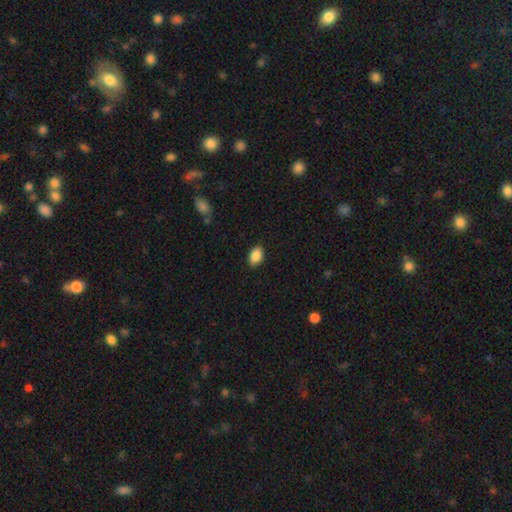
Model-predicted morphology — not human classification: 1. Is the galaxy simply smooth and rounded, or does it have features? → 88% smooth, 8% star or artifact, 4% featured or disk.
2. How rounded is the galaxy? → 88% in between, 11% round, 1% cigar-shaped.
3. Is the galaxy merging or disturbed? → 86% none, 11% minor disturbance, 2% major disturbance, 1% merger.